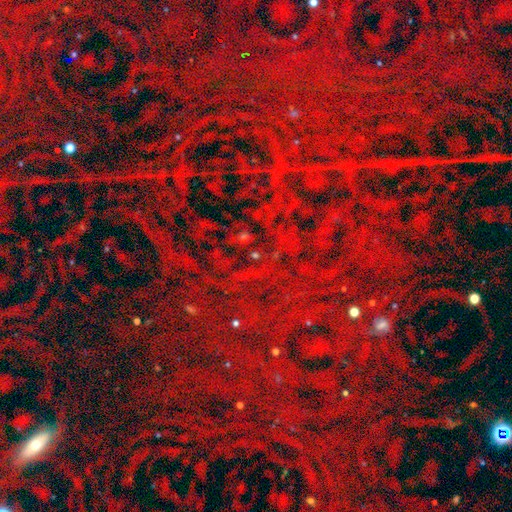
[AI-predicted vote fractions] This appears to be a star or artifact, not a galaxy (79%).